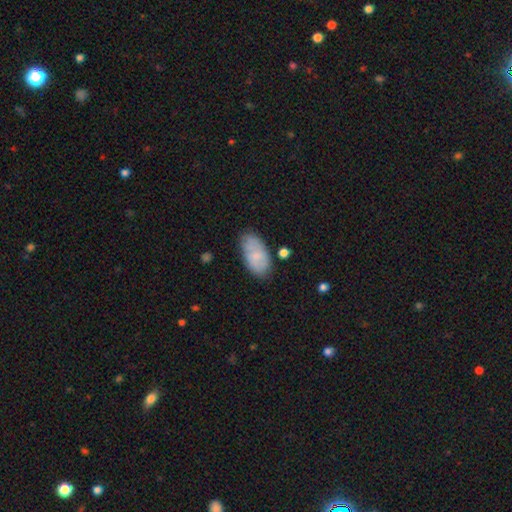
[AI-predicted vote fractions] A smooth galaxy with no disk features (72%) that is in between round and cigar-shaped (94%).

Vote fractions:
- Smooth or featured? smooth: 72% / featured or disk: 21% / star or artifact: 7%
- How rounded? in between: 94% / round: 3% / cigar-shaped: 3%
- Merging? none: 70% / minor disturbance: 22% / major disturbance: 5% / merger: 4%